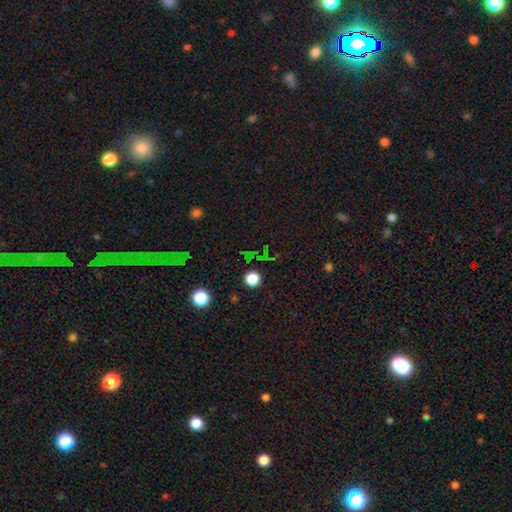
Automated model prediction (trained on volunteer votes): Smooth or featured? Predicted: star or artifact (p=0.67).